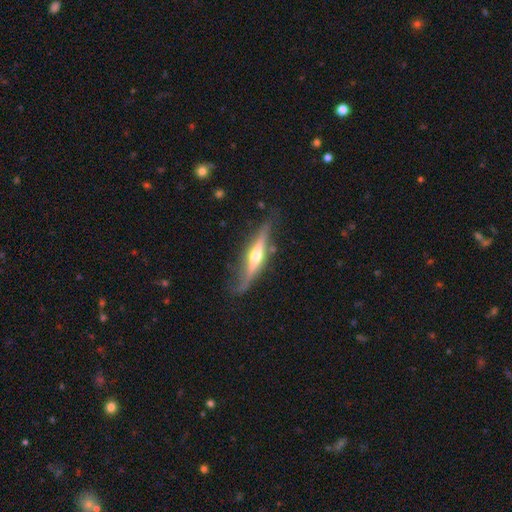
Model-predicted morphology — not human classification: Smooth or featured?
  - featured or disk: 74% *
  - smooth: 21%
  - star or artifact: 5%
Edge-on disk?
  - yes: 92% *
  - no: 8%
Edge-on bulge?
  - rounded: 88% *
  - none: 7%
  - boxy: 6%
Merging?
  - none: 69% *
  - minor disturbance: 21%
  - major disturbance: 7%
  - merger: 3%